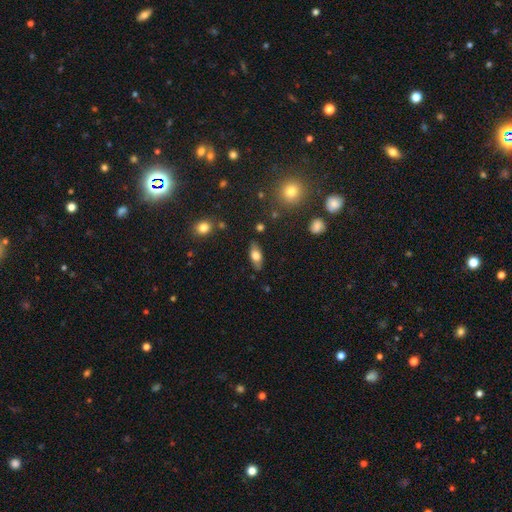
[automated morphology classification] Overall: smooth (68%). How rounded: in between (83%). Merging: none (82%).